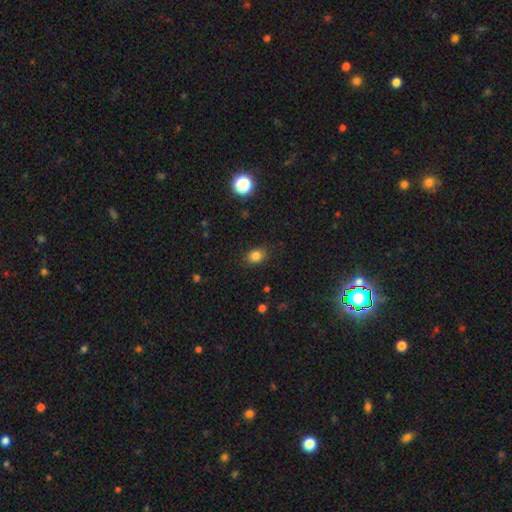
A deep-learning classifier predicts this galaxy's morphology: Smooth or featured? Predicted: smooth (p=0.82). How rounded? Predicted: in between (p=0.59). Merging? Predicted: none (p=0.85).